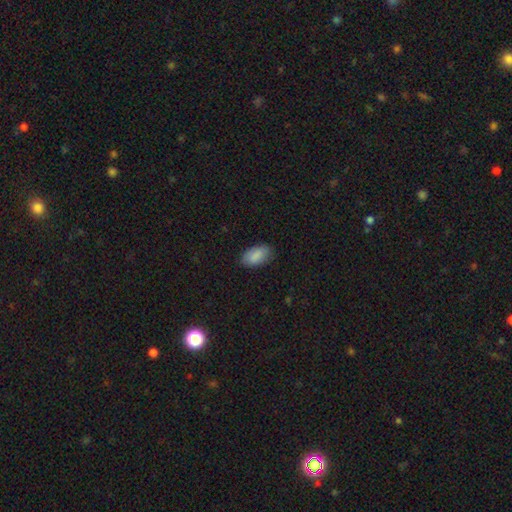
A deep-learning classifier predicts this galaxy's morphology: Q: Smooth or featured?
A: smooth (88%); runner-up: star or artifact (6%)
Q: How rounded?
A: in between (95%); runner-up: round (3%)
Q: Merging?
A: none (82%); runner-up: minor disturbance (14%)